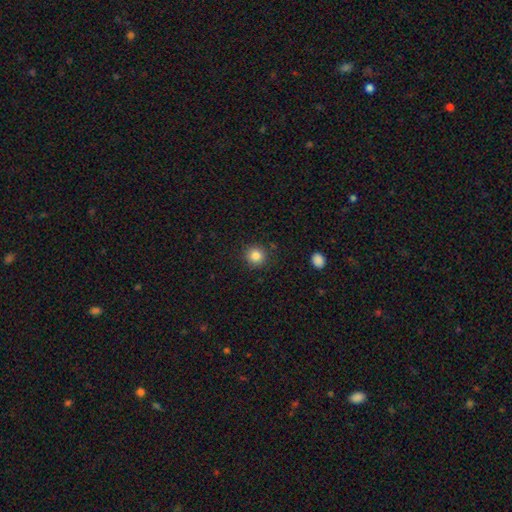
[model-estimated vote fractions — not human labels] smooth-or-featured: smooth: 84% | star or artifact: 11% | featured or disk: 5%
  how-rounded: round: 93% | in between: 6% | cigar-shaped: 1%
  merging: none: 88% | minor disturbance: 8% | major disturbance: 3% | merger: 2%